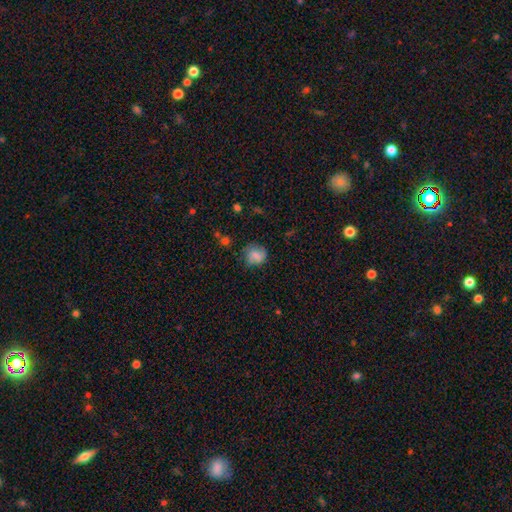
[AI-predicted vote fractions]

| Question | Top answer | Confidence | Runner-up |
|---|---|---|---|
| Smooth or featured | smooth | 72% | featured or disk (18%) |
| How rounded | round | 76% | in between (23%) |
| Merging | none | 64% | minor disturbance (25%) |